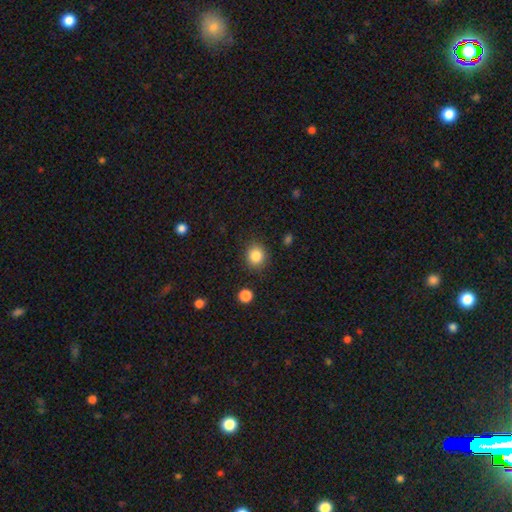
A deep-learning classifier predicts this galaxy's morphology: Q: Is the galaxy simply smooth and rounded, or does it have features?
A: smooth — 85%.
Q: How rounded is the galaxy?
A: round — 80%.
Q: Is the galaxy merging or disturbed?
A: none — 87%.